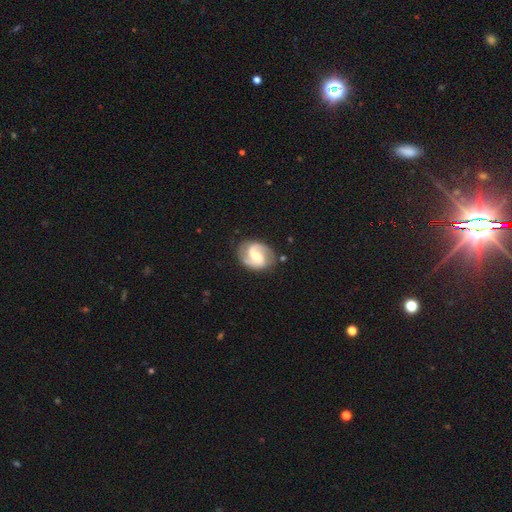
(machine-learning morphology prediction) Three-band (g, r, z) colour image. It shows a featured or disk galaxy (85%) with a weak bar (47%), 2 (92%) medium (52%) spiral arms (96%) and a moderate central bulge (52%). Merging: none (81%).